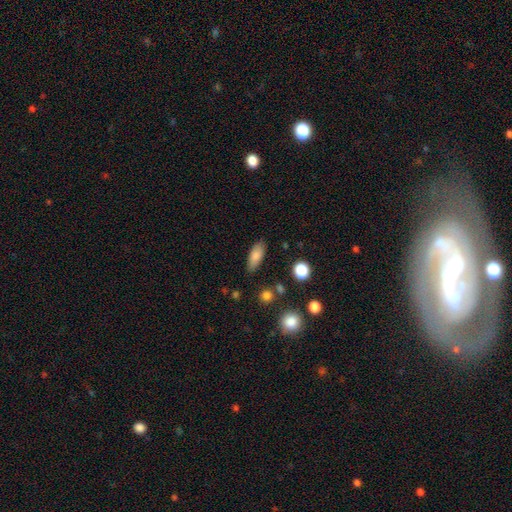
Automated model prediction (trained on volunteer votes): Morphology: type=smooth (82%); roundness=in between (75%); merging=none (84%).